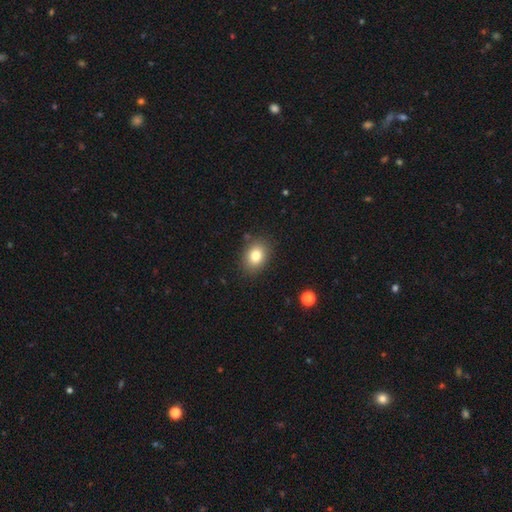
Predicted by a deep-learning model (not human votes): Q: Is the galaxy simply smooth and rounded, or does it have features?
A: smooth — 81%.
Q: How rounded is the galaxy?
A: in between — 62%.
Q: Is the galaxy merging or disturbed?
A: none — 85%.